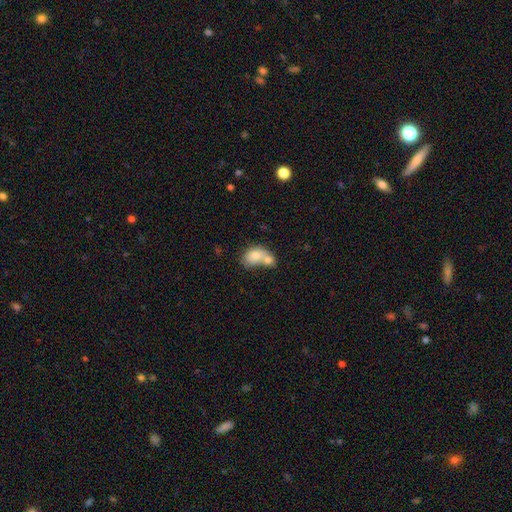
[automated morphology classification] type=smooth (74%); roundness=in between (72%); merging=merger (68%).